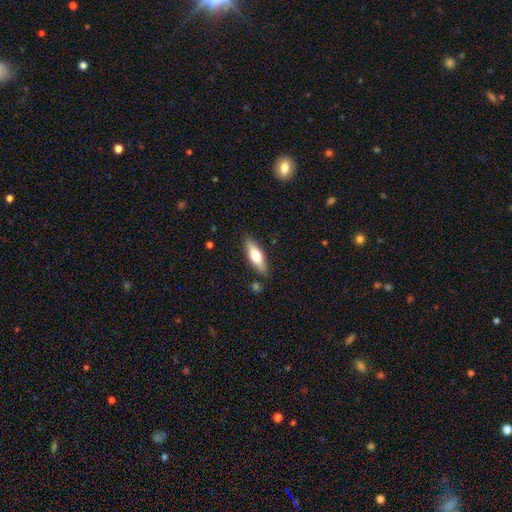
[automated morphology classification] A smooth galaxy with no disk features (58%) that is in between round and cigar-shaped (50%). Merging: none (86%).